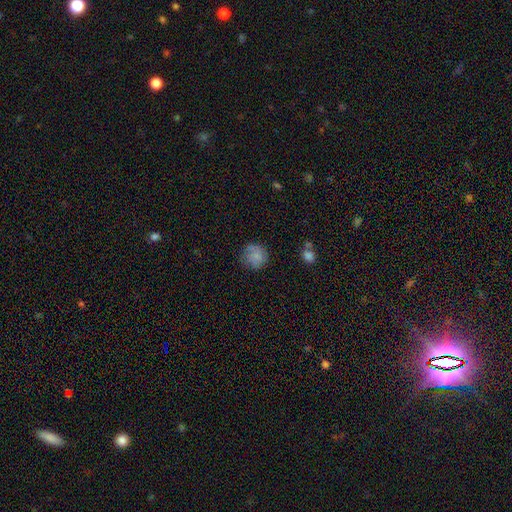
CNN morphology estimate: Smooth or featured?
  - smooth: 75% *
  - featured or disk: 17%
  - star or artifact: 9%
How rounded?
  - round: 88% *
  - in between: 11%
  - cigar-shaped: 1%
Merging?
  - none: 71% *
  - minor disturbance: 21%
  - major disturbance: 7%
  - merger: 2%